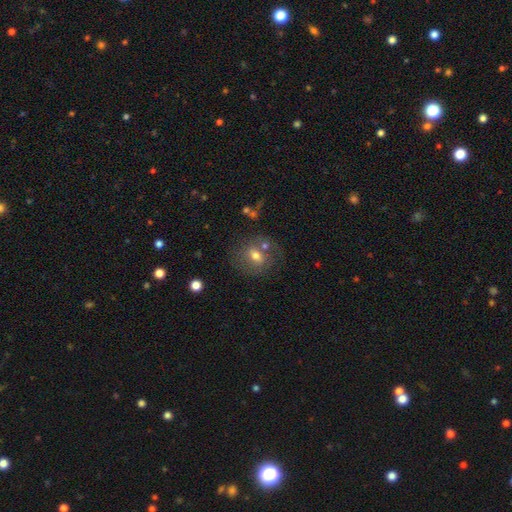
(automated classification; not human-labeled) This appears to be a smooth galaxy with no disk features (56%) that is round (57%). Merging: none (58%).